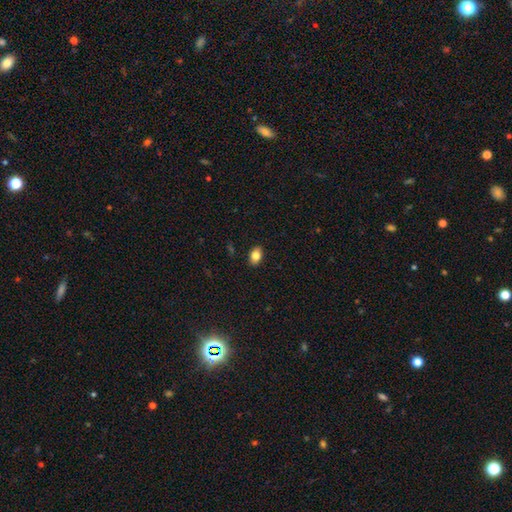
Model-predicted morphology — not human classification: The model was most divided on "how rounded": in between: 83%, round: 15%, cigar-shaped: 2%. More confident: merging — none (89%); smooth or featured — smooth (82%).